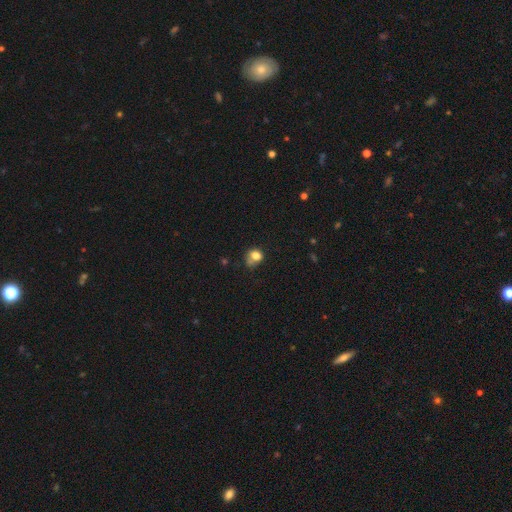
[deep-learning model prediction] Overall: smooth (77%). How rounded: round (61%; in between 38%). Merging: none (44%; minor disturbance 26%).